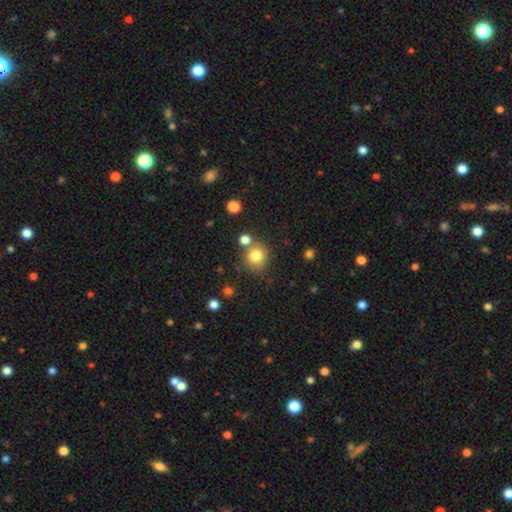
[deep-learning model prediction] A smooth galaxy with no disk features (80%) that is round (86%).

Vote fractions:
- Smooth or featured? smooth: 80% / star or artifact: 12% / featured or disk: 8%
- How rounded? round: 86% / in between: 13% / cigar-shaped: 1%
- Merging? none: 71% / merger: 14% / minor disturbance: 11% / major disturbance: 4%